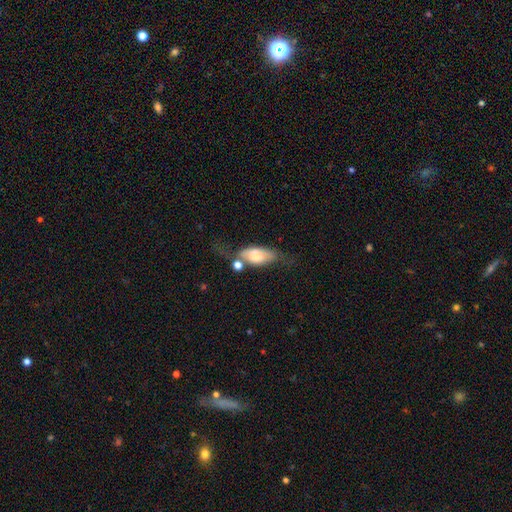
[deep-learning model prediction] Smooth or featured?
  - smooth: 61% *
  - featured or disk: 32%
  - star or artifact: 7%
How rounded?
  - in between: 81% *
  - cigar-shaped: 14%
  - round: 4%
Merging?
  - none: 38% *
  - minor disturbance: 24%
  - major disturbance: 20%
  - merger: 17%